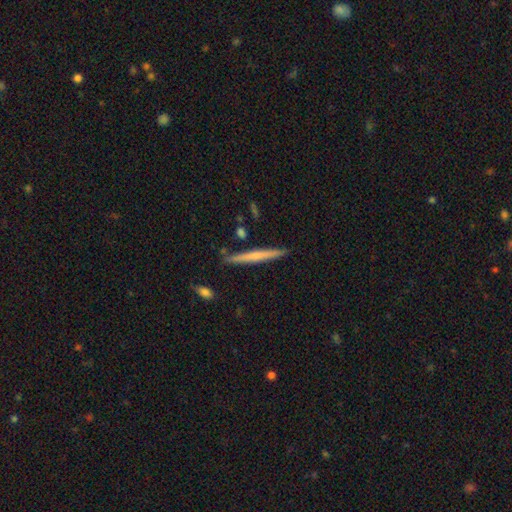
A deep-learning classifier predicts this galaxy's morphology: smooth 50%, featured or disk 44%, star or artifact 6%. Down the decision tree: how rounded — cigar-shaped (96%); merging — none (88%).